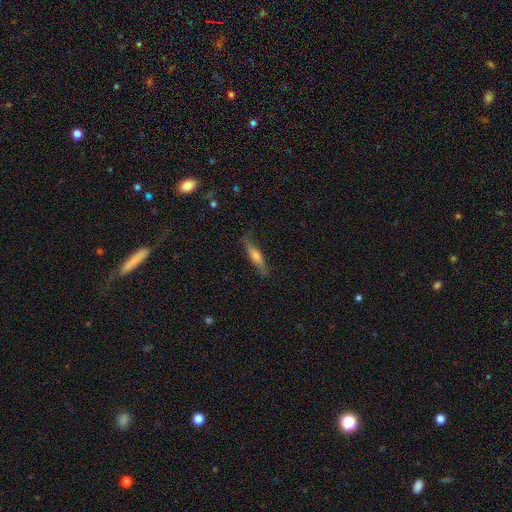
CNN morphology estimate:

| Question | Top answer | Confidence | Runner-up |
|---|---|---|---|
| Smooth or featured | featured or disk | 50% | smooth (43%) |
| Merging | none | 78% | minor disturbance (17%) |